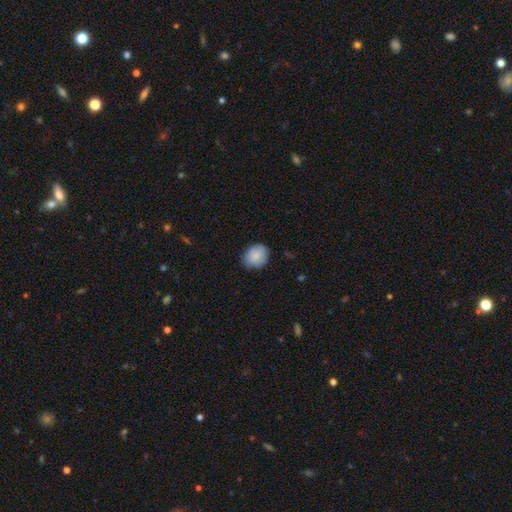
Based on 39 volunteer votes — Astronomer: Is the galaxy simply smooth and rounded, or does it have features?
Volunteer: smooth — 82%.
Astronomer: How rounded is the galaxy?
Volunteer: in between — 59% (runner-up: round, 41%).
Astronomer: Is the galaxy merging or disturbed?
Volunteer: none — 47%, tied with minor disturbance at 47%.